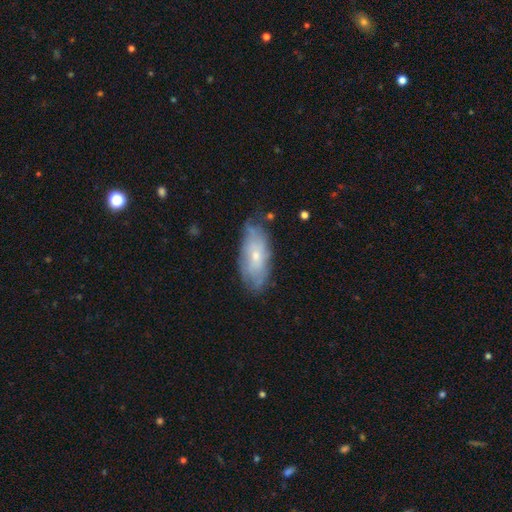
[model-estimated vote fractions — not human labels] This appears to be a smooth galaxy with no disk features (48%). Merging: none (66%).